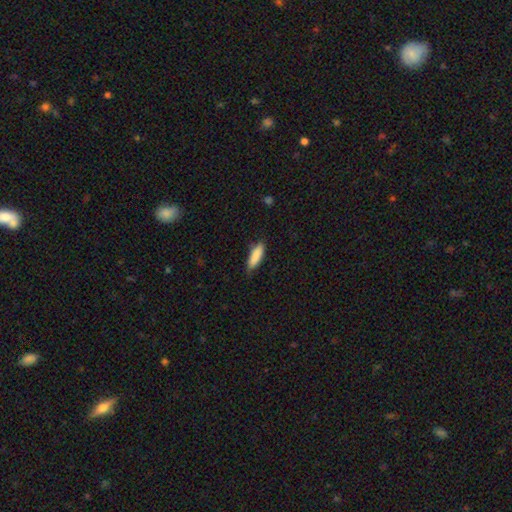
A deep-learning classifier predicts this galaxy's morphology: A smooth galaxy with no disk features (88%) that is cigar-shaped (51%). Merging: none (79%).